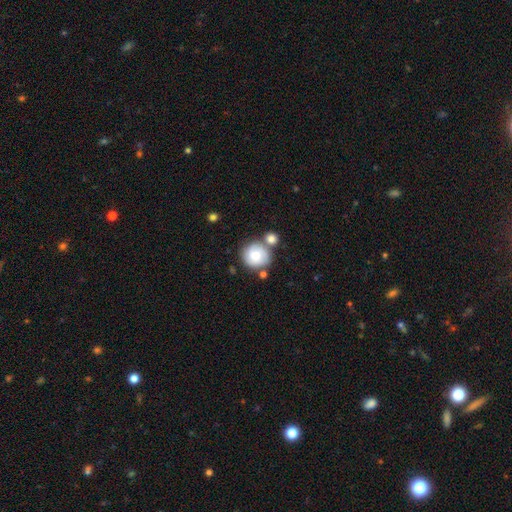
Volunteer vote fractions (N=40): Overall: smooth (65%; featured or disk 32%). How rounded: round (96%). Merging: none (62%).